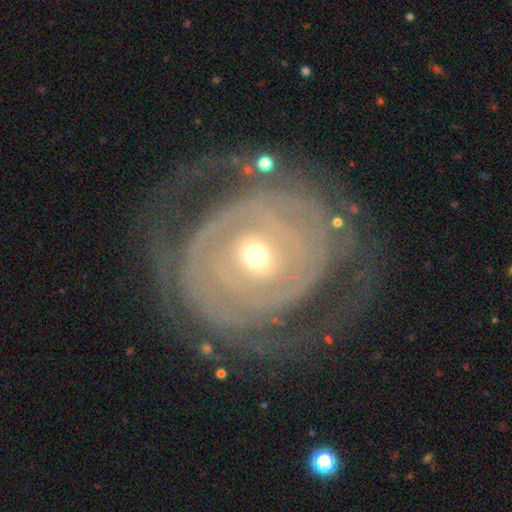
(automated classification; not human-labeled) This is clearly a featured or disk galaxy (83%). It is clearly not viewed edge-on (96%). Bar: possibly no (60%). Spiral arm pattern: likely yes (79%). Spiral arm count: marginally 2 (40%). Spiral winding: likely tight (62%). Central bulge: possibly small (51%). Merging: possibly none (54%).